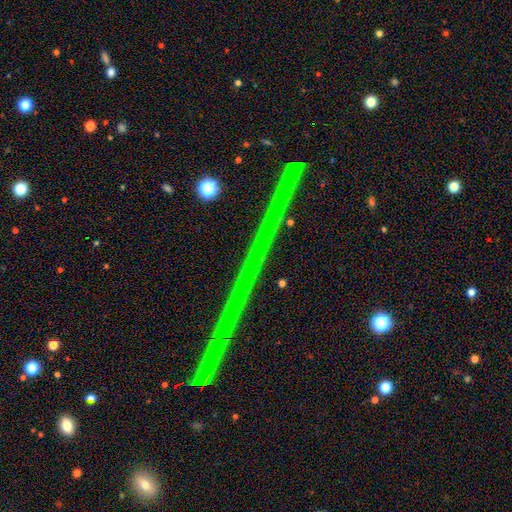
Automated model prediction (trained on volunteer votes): Smooth or featured? Predicted: star or artifact (p=0.78).